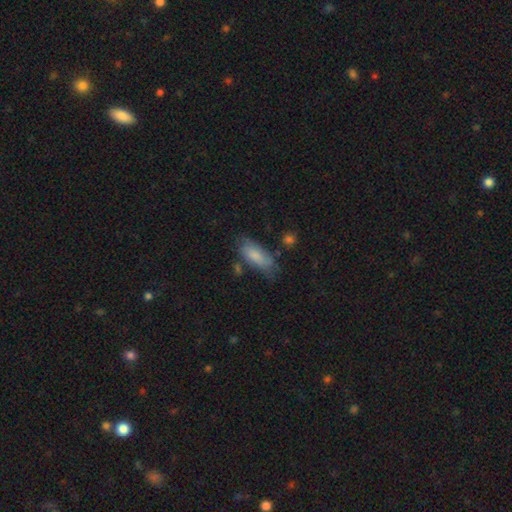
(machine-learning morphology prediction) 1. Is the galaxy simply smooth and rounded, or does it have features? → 76% smooth, 17% featured or disk, 7% star or artifact.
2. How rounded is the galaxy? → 80% in between, 18% cigar-shaped, 2% round.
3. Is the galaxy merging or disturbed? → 59% none, 27% minor disturbance, 8% major disturbance, 5% merger.